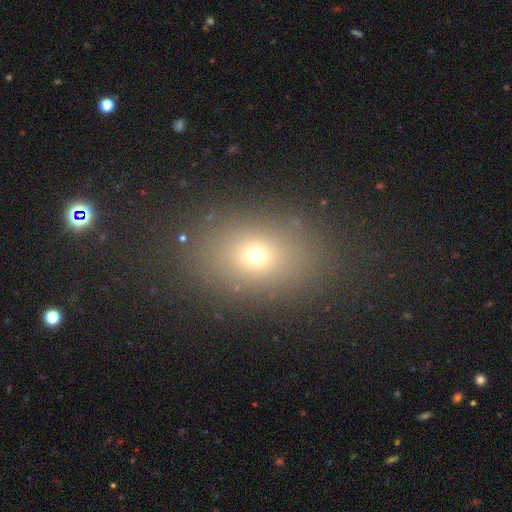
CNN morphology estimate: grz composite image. It shows a smooth galaxy with no disk features (67%) that is in between round and cigar-shaped (64%). Merging: none (84%).